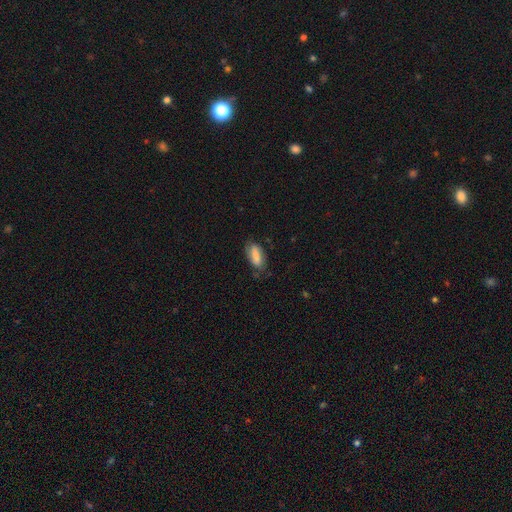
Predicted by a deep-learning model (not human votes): This is likely a smooth galaxy (71%). How rounded: likely in between (80%). Merging: likely none (67%).